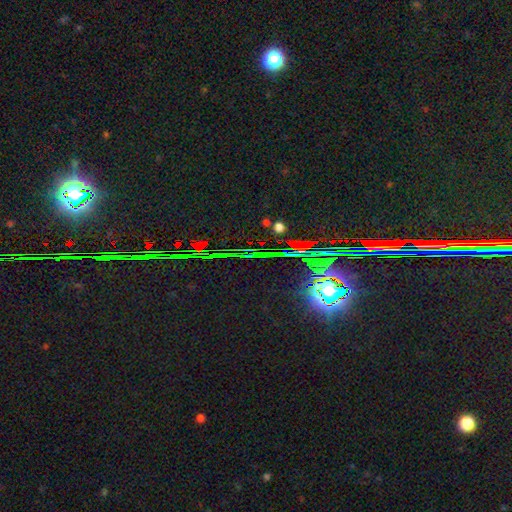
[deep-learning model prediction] smooth_or_featured: star or artifact (p=0.86) [alt: smooth p=0.08]